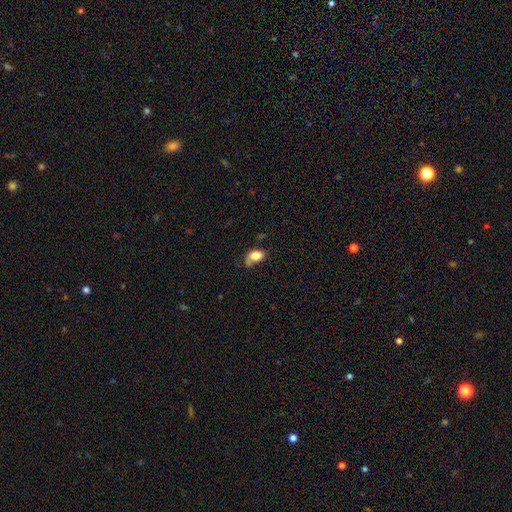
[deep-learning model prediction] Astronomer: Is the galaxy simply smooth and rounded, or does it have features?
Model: smooth — 78%.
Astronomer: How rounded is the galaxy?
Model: in between — 84%.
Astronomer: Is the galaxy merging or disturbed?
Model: none — 39% (runner-up: minor disturbance, 35%).